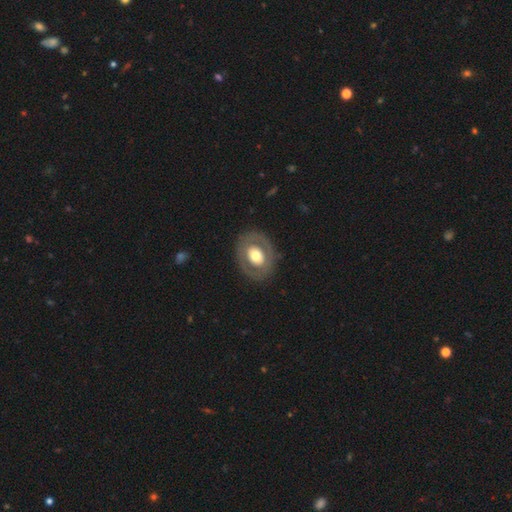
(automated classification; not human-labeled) Morphology: type=featured or disk (49%); merging=none (83%).